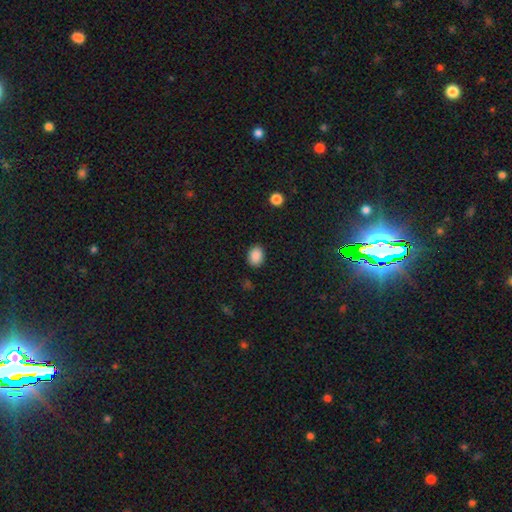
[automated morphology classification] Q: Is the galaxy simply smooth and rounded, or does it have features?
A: smooth — 88%.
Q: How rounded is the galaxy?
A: in between — 64%.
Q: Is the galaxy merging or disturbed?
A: none — 87%.